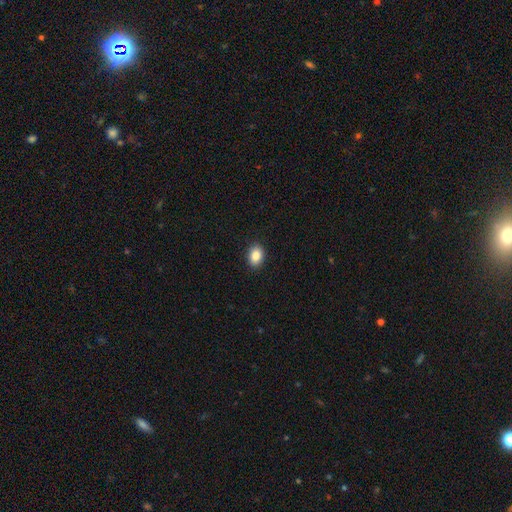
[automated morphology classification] The model was most divided on "how rounded": in between: 72%, round: 27%, cigar-shaped: 1%. More confident: merging — none (91%); smooth or featured — smooth (86%).